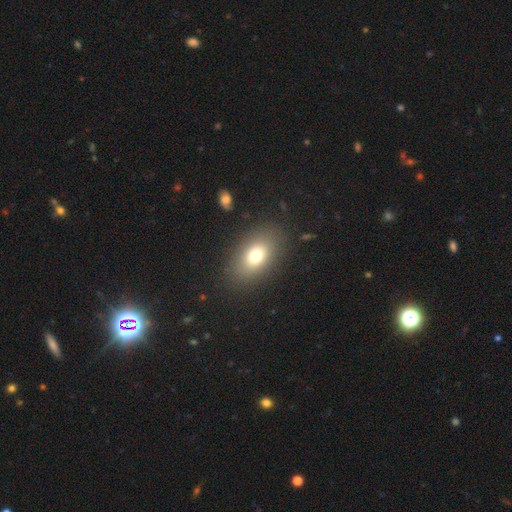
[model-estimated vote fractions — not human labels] Q: Smooth or featured?
A: smooth (74%); runner-up: featured or disk (15%)
Q: How rounded?
A: in between (84%); runner-up: round (15%)
Q: Merging?
A: none (84%); runner-up: minor disturbance (10%)